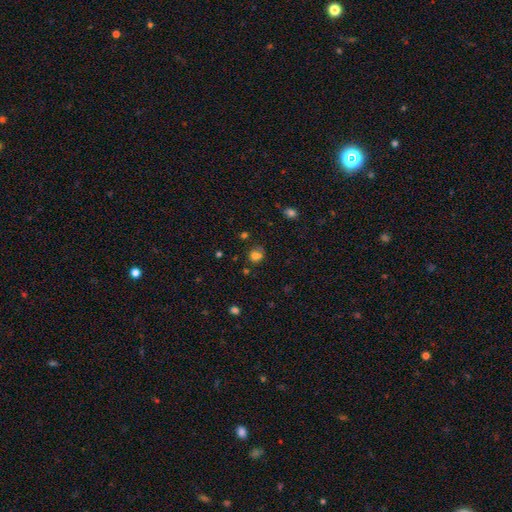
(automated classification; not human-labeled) smooth-or-featured: smooth: 69% | star or artifact: 21% | featured or disk: 9%
  how-rounded: round: 64% | in between: 35% | cigar-shaped: 1%
  merging: none: 54% | minor disturbance: 19% | merger: 18% | major disturbance: 10%